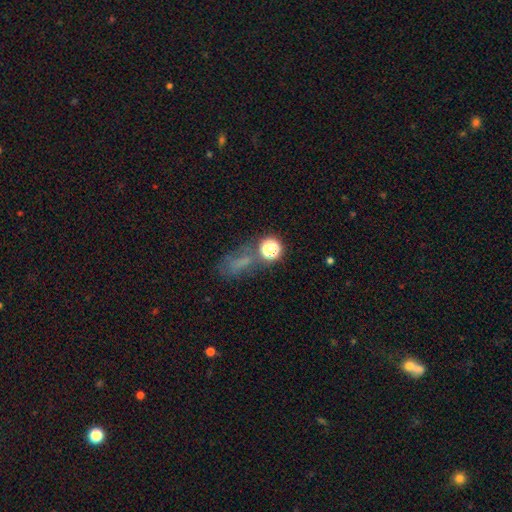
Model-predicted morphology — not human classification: Q: Smooth or featured?
A: smooth (43%); runner-up: star or artifact (35%)
Q: Merging?
A: none (48%); runner-up: merger (28%)